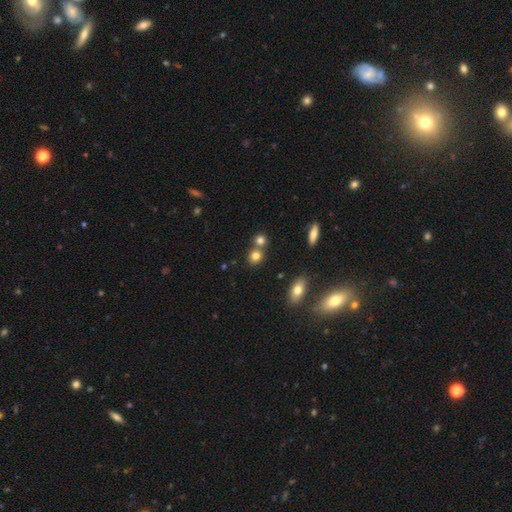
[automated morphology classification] Smooth or featured?
  - smooth: 78% *
  - star or artifact: 13%
  - featured or disk: 9%
How rounded?
  - round: 79% *
  - in between: 19%
  - cigar-shaped: 1%
Merging?
  - none: 57% *
  - merger: 32%
  - minor disturbance: 8%
  - major disturbance: 3%